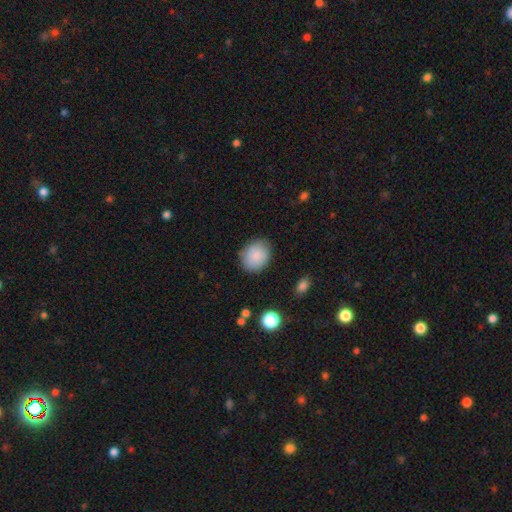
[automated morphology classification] The model was most divided on "how rounded": round: 57%, in between: 42%, cigar-shaped: 1%. More confident: smooth or featured — smooth (87%); merging — none (81%).